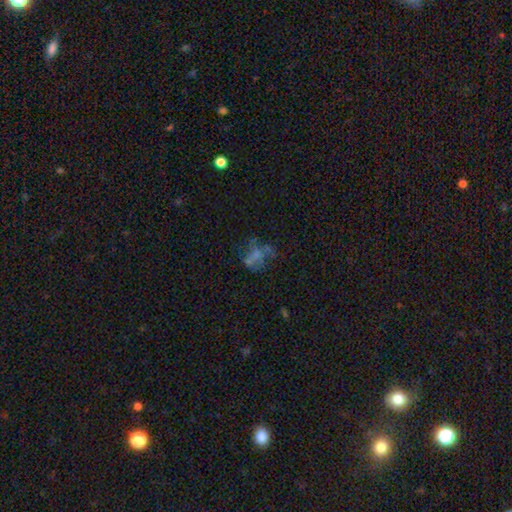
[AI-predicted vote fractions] Morphology: type=featured or disk (44%); merging=none (40%).